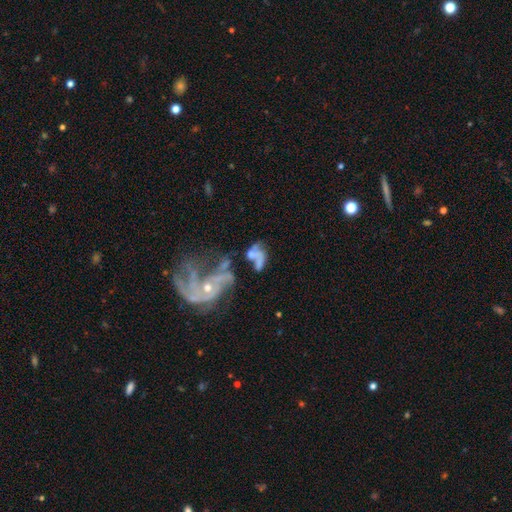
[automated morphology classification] A featured or disk galaxy (60%) with no bar (76%), spiral arms (59%) and no central bulge (36%).

Vote fractions:
- Smooth or featured? featured or disk: 60% / smooth: 27% / star or artifact: 13%
- Edge-on disk? no: 97% / yes: 3%
- Bar? no: 76% / weak: 18% / strong: 6%
- Spiral arms? yes: 59% / no: 41%
- Bulge size? none: 36% / moderate: 29% / small: 27% / large: 5% / dominant: 2%
- Merging? merger: 46% / major disturbance: 26% / none: 16% / minor disturbance: 12%